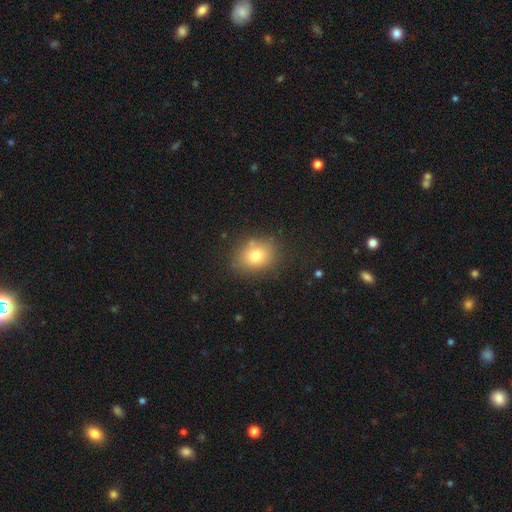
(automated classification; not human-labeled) This appears to be a smooth galaxy with no disk features (77%) that is round (53%). Merging: none (81%).